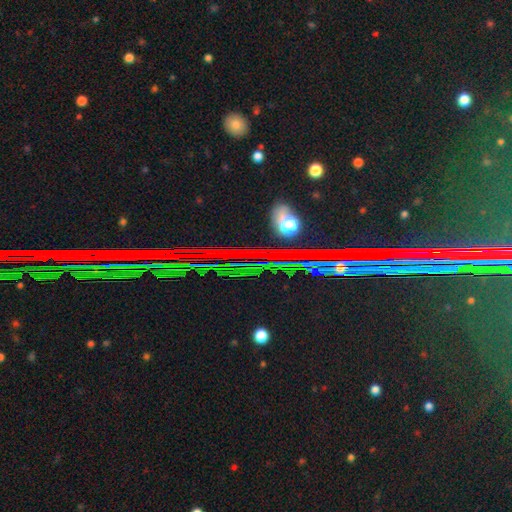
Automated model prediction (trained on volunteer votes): Morphology: type=star or artifact (80%).